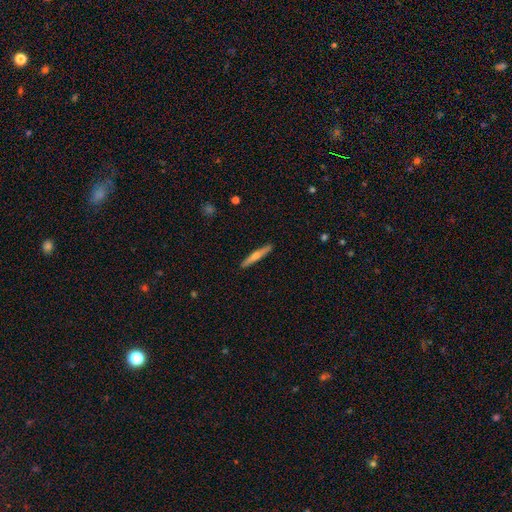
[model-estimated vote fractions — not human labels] Morphology: type=featured or disk (59%); edge-on=yes (96%); edge-on bulge=rounded (84%); merging=none (91%).